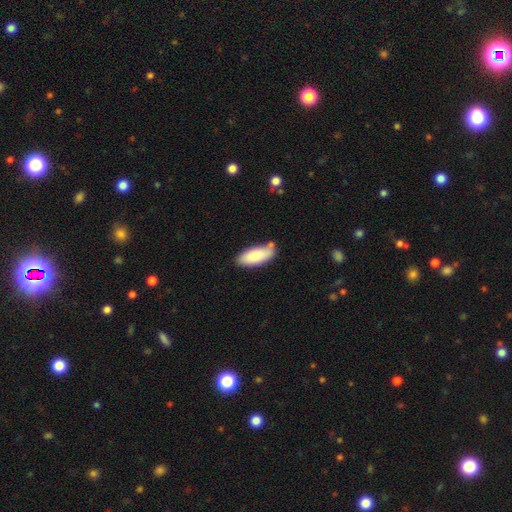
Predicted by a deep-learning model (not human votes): smooth 85%, featured or disk 9%, star or artifact 6%. Down the decision tree: how rounded — in between (80%); merging — none (71%).